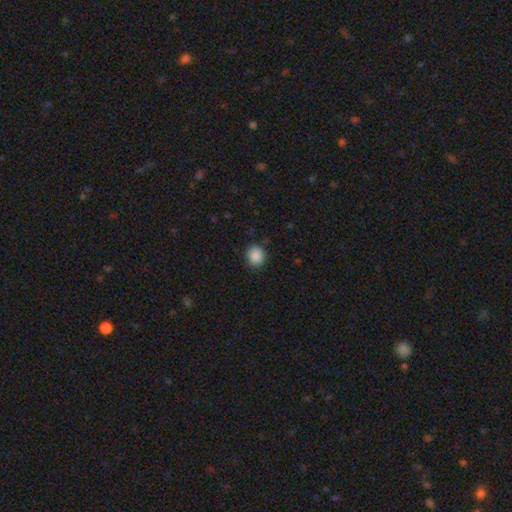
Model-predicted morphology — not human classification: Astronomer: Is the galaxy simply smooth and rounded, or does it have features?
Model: smooth — 88%.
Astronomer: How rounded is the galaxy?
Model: round — 82%.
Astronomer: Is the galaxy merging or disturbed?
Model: none — 85%.